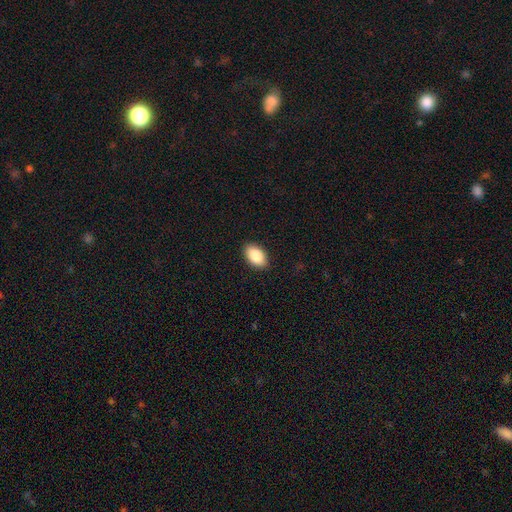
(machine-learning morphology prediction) This appears to be a smooth galaxy with no disk features (89%) that is in between round and cigar-shaped (94%). Merging: none (90%).